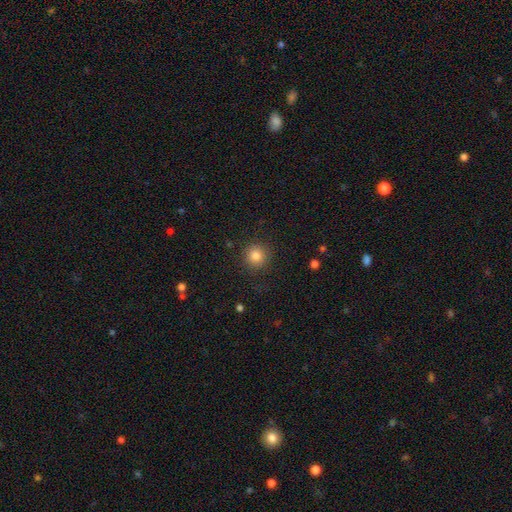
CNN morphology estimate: The model was most divided on "smooth or featured": smooth: 83%, star or artifact: 11%, featured or disk: 5%. More confident: how rounded — round (93%); merging — none (88%).